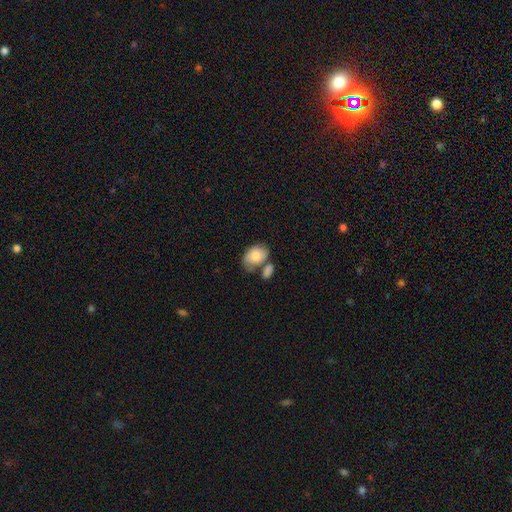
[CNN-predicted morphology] This appears to be a smooth galaxy with no disk features (76%) that is in between round and cigar-shaped (80%). Merging: none (38%).